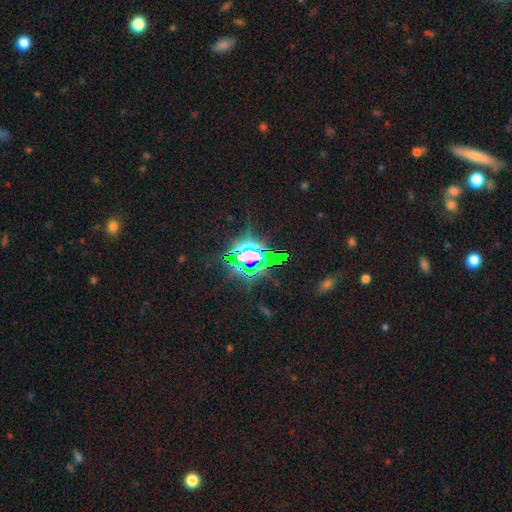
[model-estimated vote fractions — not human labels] A star or artifact, not a galaxy (79%).

Vote fractions:
- Smooth or featured? star or artifact: 79% / smooth: 11% / featured or disk: 11%